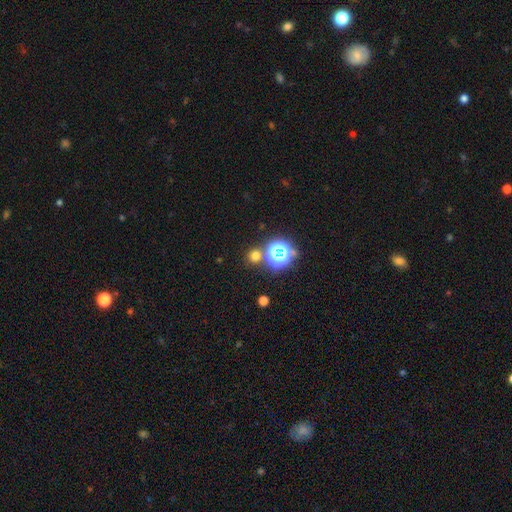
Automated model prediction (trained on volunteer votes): A smooth galaxy with no disk features (62%) that is round (89%). Merging: none (77%).